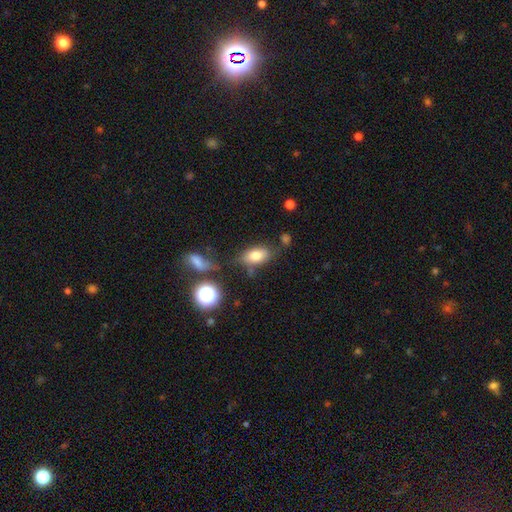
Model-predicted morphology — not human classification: The model was most divided on "merging": none: 63%, minor disturbance: 20%, merger: 9%, major disturbance: 8%. More confident: how rounded — in between (88%); smooth or featured — smooth (77%).